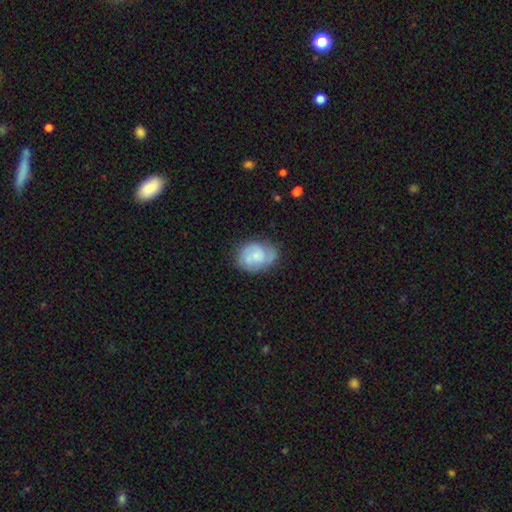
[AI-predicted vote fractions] This appears to be a featured or disk galaxy (63%) with no bar (66%), 2 (51%) medium (43%, tied with tight) spiral arms (91%) and a small central bulge (57%). Merging: none (68%).